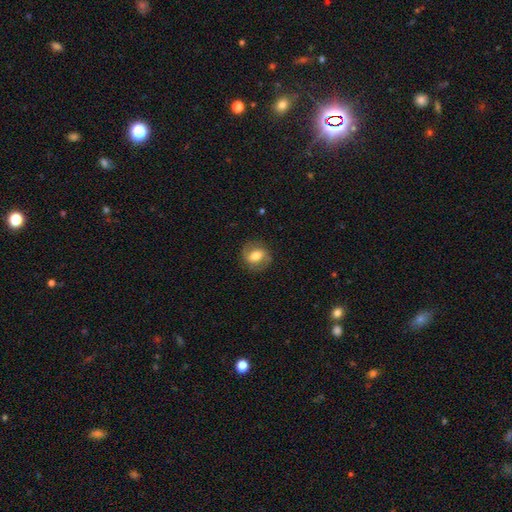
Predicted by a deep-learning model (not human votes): Smooth or featured?
  - smooth: 52% *
  - featured or disk: 39%
  - star or artifact: 8%
How rounded?
  - round: 56% *
  - in between: 42%
  - cigar-shaped: 2%
Merging?
  - none: 80% *
  - minor disturbance: 14%
  - major disturbance: 5%
  - merger: 1%